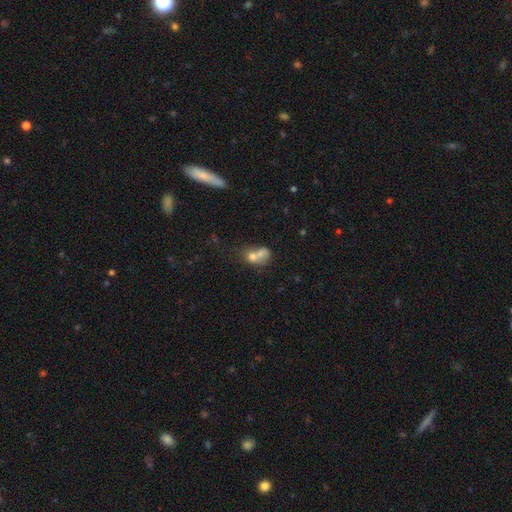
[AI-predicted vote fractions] smooth_or_featured: smooth (p=0.67) [alt: featured or disk p=0.22]
how_rounded: in between (p=0.55) [alt: round p=0.43]
merging: merger (p=0.69) [alt: none p=0.18]